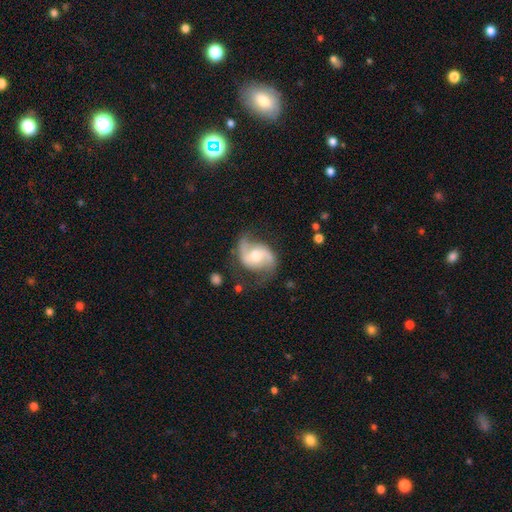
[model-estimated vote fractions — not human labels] Q: Smooth or featured?
A: featured or disk (85%); runner-up: smooth (10%)
Q: Edge-on disk?
A: no (98%); runner-up: yes (2%)
Q: Bar?
A: no (45%); runner-up: weak (43%)
Q: Spiral arms?
A: yes (96%); runner-up: no (4%)
Q: Spiral winding?
A: medium (48%); runner-up: loose (38%)
Q: Spiral arm count?
A: 2 (91%); runner-up: can't tell (3%)
Q: Bulge size?
A: moderate (63%); runner-up: small (23%)
Q: Merging?
A: none (66%); runner-up: minor disturbance (21%)